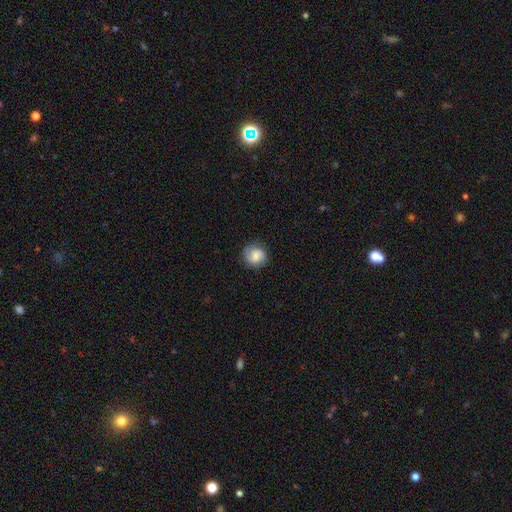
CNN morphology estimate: smooth-or-featured: smooth: 67% | featured or disk: 25% | star or artifact: 8%
  how-rounded: round: 86% | in between: 13% | cigar-shaped: 1%
  merging: none: 80% | minor disturbance: 15% | major disturbance: 4% | merger: 1%